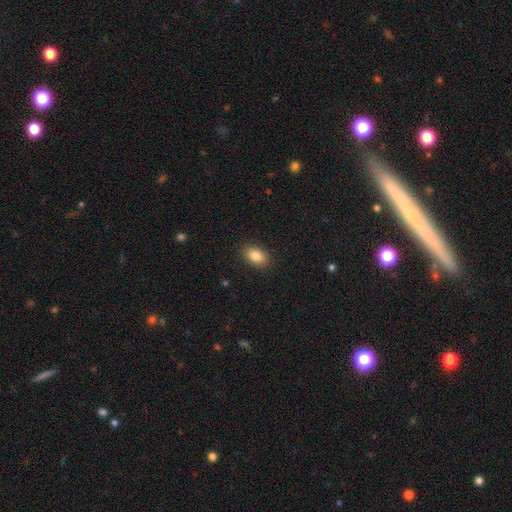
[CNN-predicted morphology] Smooth or featured?
  - smooth: 85% *
  - star or artifact: 8%
  - featured or disk: 7%
How rounded?
  - in between: 89% *
  - round: 9%
  - cigar-shaped: 2%
Merging?
  - none: 88% *
  - minor disturbance: 8%
  - major disturbance: 2%
  - merger: 1%